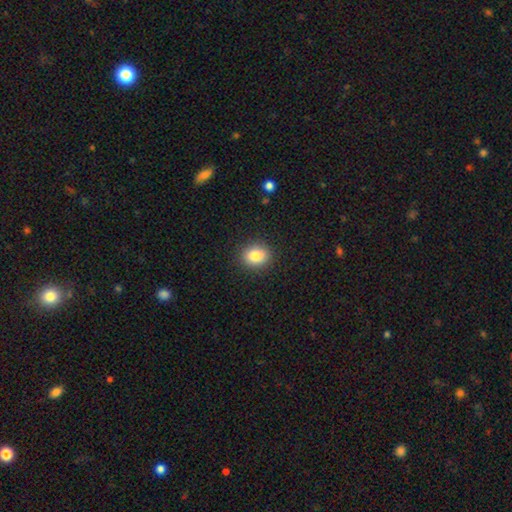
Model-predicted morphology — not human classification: smooth_or_featured: smooth (p=0.85) [alt: star or artifact p=0.09]
how_rounded: round (p=0.59) [alt: in between p=0.40]
merging: none (p=0.89) [alt: minor disturbance p=0.08]